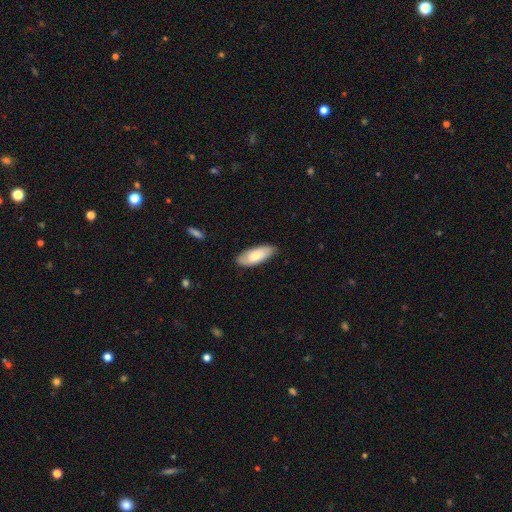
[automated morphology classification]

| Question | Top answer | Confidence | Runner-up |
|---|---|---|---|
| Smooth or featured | smooth | 73% | featured or disk (21%) |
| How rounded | in between | 80% | cigar-shaped (18%) |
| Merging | none | 81% | minor disturbance (16%) |